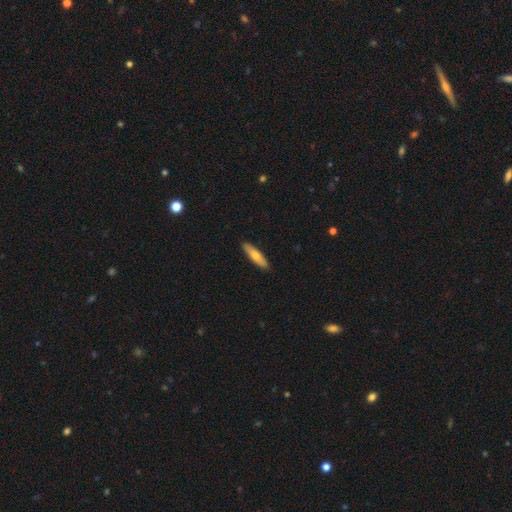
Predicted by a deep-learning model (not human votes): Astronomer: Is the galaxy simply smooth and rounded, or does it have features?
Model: smooth — 70%.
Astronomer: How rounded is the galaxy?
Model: cigar-shaped — 75%.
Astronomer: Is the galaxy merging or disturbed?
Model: none — 90%.